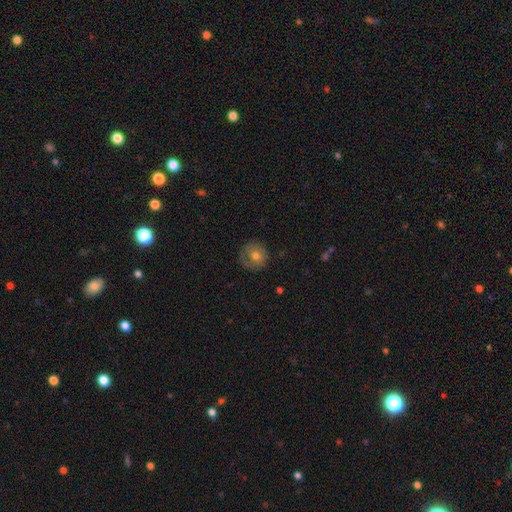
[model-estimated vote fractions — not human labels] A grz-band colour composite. It shows a smooth galaxy with no disk features (66%) that is round (90%). Merging: none (79%).